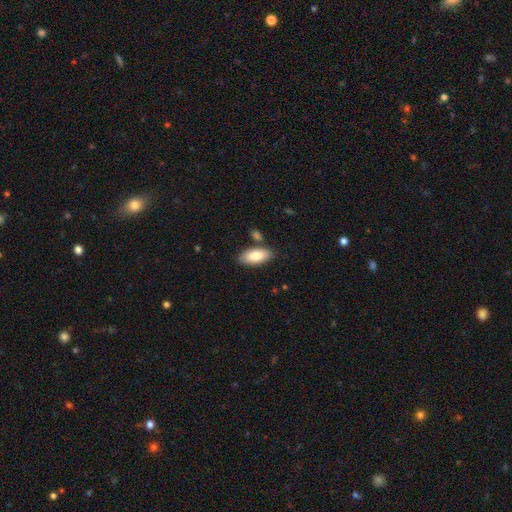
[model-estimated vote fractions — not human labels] smooth 84%, featured or disk 10%, star or artifact 6%. Down the decision tree: how rounded — in between (88%); merging — none (78%).